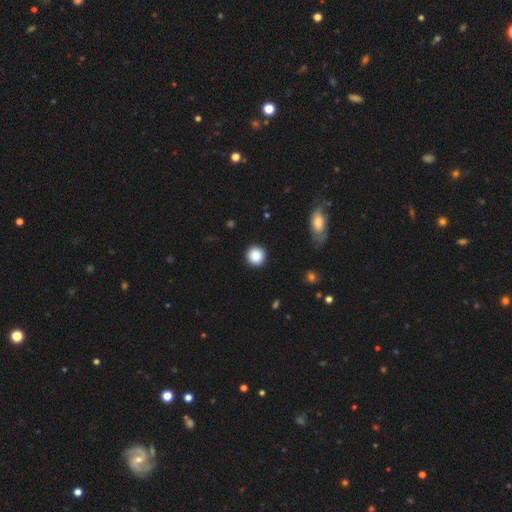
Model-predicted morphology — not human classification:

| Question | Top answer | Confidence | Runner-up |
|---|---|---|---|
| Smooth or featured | smooth | 88% | star or artifact (9%) |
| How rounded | round | 94% | in between (5%) |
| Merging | none | 92% | minor disturbance (5%) |